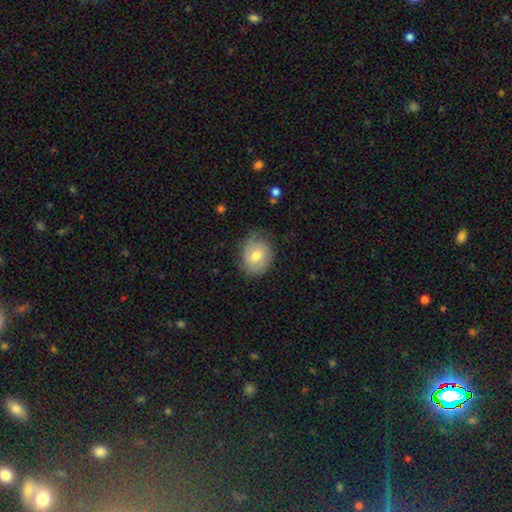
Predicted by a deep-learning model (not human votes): Smooth or featured? smooth (55%)
How rounded? round (54%)
Merging? none (70%)